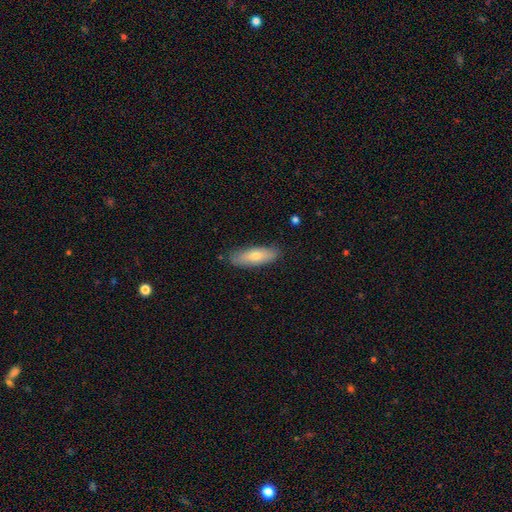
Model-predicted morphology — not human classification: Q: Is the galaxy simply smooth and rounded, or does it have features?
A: smooth — 67%.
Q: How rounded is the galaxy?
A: cigar-shaped — 51%.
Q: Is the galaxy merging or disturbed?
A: none — 85%.